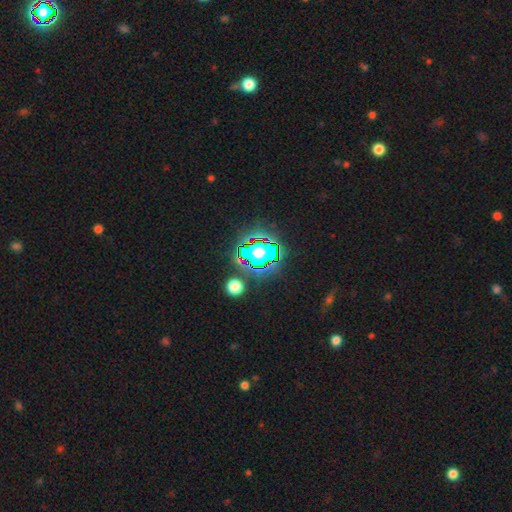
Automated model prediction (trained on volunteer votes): The model was most divided on "smooth or featured": star or artifact: 79%, smooth: 13%, featured or disk: 8%.